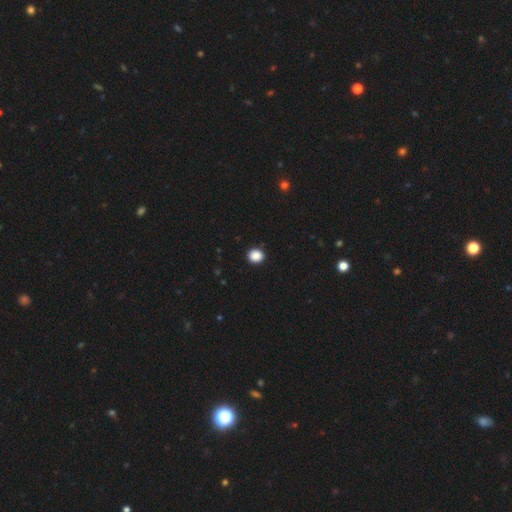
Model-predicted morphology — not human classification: The model was most divided on "how rounded": round: 74%, in between: 25%, cigar-shaped: 1%. More confident: merging — none (92%); smooth or featured — smooth (88%).